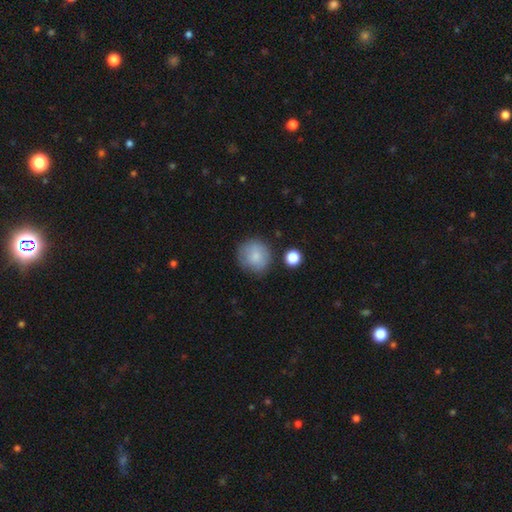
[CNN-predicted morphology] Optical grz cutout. It shows a smooth galaxy with no disk features (80%) that is round (89%). Merging: none (74%).